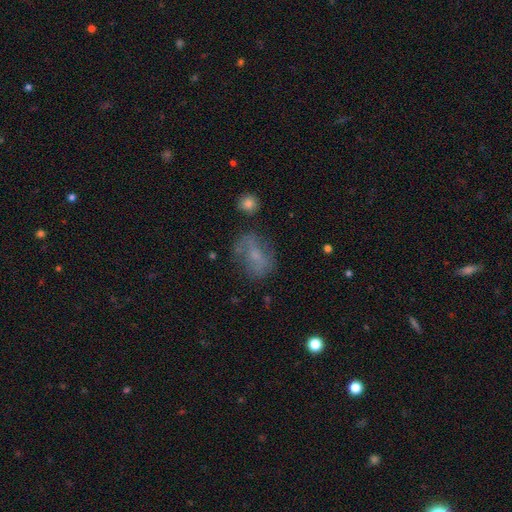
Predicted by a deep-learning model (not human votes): Morphology: type=smooth (47%); merging=none (55%).